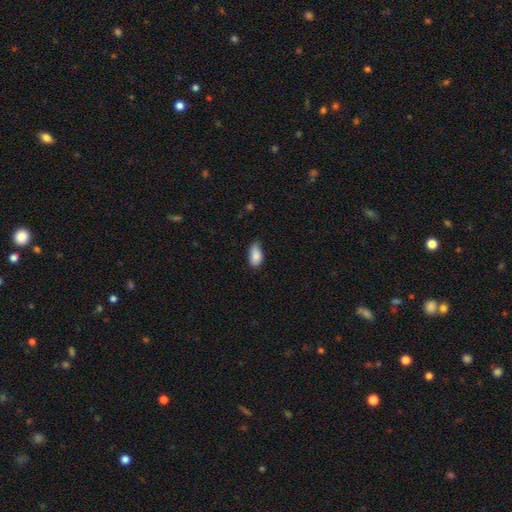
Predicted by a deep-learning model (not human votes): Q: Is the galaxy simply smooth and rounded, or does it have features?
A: smooth — 87%.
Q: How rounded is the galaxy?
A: in between — 92%.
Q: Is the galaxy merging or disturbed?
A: none — 56%.